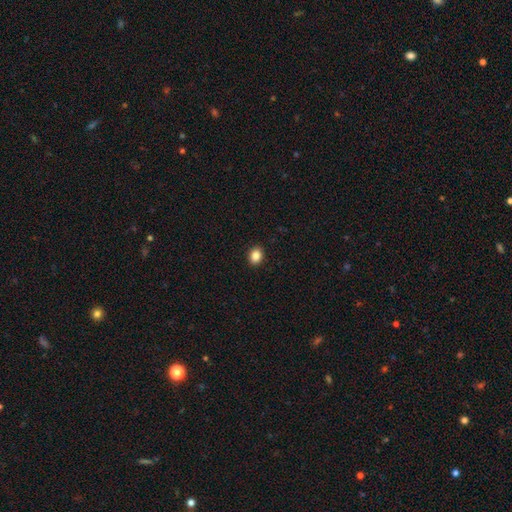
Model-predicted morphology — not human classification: smooth_or_featured: smooth (p=0.87) [alt: star or artifact p=0.10]
how_rounded: in between (p=0.51) [alt: round p=0.48]
merging: none (p=0.91) [alt: minor disturbance p=0.06]